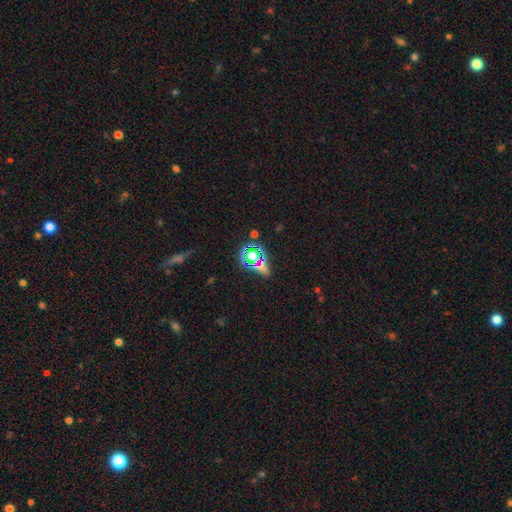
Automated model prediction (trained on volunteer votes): This is possibly a star or artifact rather than a galaxy (52%).